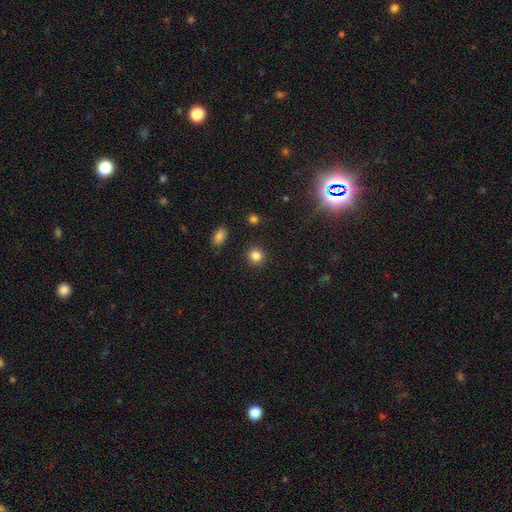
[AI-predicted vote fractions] smooth-or-featured: smooth: 84% | star or artifact: 12% | featured or disk: 5%
  how-rounded: round: 90% | in between: 9% | cigar-shaped: 1%
  merging: none: 91% | minor disturbance: 5% | major disturbance: 2% | merger: 2%